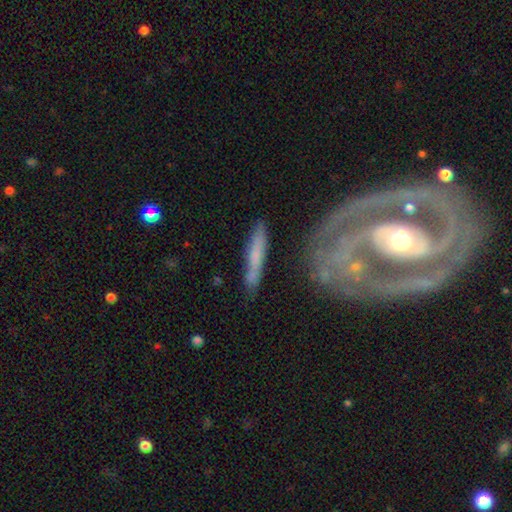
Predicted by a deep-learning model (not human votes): Smooth or featured? Predicted: smooth (p=0.51). How rounded? Predicted: cigar-shaped (p=0.88). Merging? Predicted: none (p=0.74).